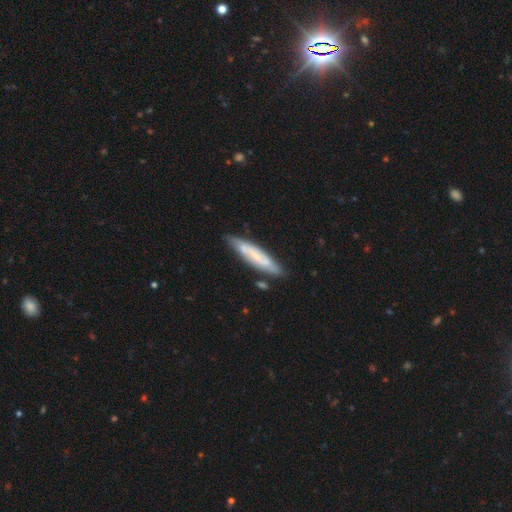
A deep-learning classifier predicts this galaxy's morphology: The model was most divided on "smooth or featured" (2-way tie): featured or disk: 47%, smooth: 47%, star or artifact: 6%. More confident: merging — none (74%).